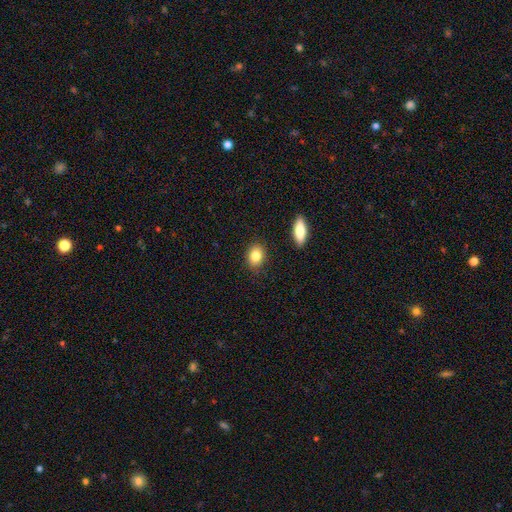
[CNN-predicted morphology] smooth-or-featured: smooth: 85% | star or artifact: 8% | featured or disk: 8%
  how-rounded: in between: 62% | round: 36% | cigar-shaped: 2%
  merging: none: 86% | minor disturbance: 9% | merger: 3% | major disturbance: 2%